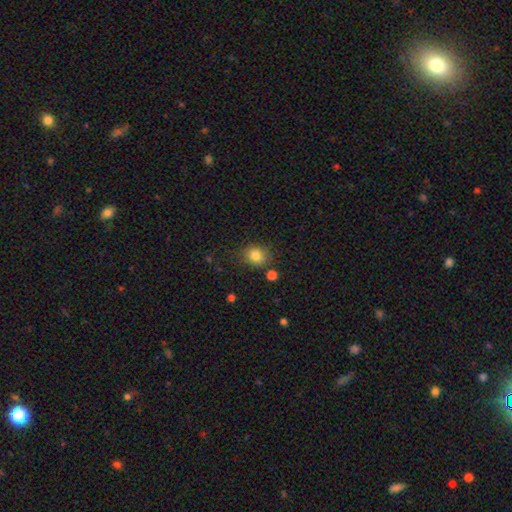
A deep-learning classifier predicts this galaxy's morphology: smooth-or-featured: smooth: 82% | star or artifact: 11% | featured or disk: 7%
  how-rounded: round: 63% | in between: 36% | cigar-shaped: 1%
  merging: none: 78% | minor disturbance: 14% | merger: 5% | major disturbance: 4%